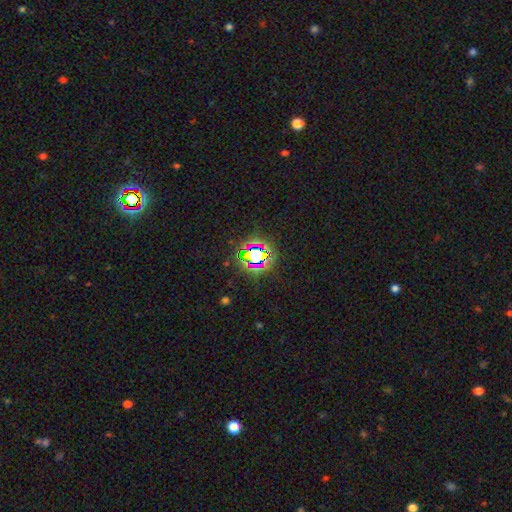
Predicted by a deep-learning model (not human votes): Q: Smooth or featured?
A: star or artifact (70%); runner-up: smooth (19%)